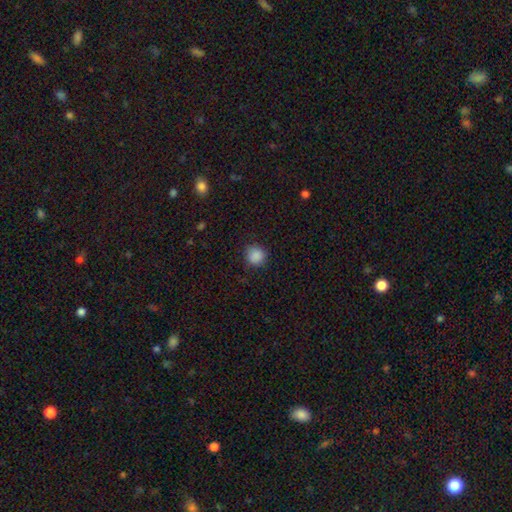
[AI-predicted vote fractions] Smooth or featured: smooth — 88% (star or artifact — 10%)
How rounded: round — 91% (in between — 8%)
Merging: none — 88% (minor disturbance — 8%)